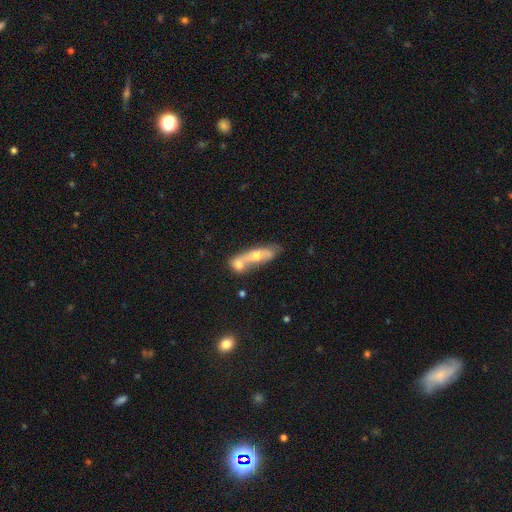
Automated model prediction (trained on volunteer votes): A featured or disk galaxy (48%).

Vote fractions:
- Smooth or featured? featured or disk: 48% / smooth: 44% / star or artifact: 8%
- Merging? merger: 57% / none: 27% / minor disturbance: 11% / major disturbance: 6%